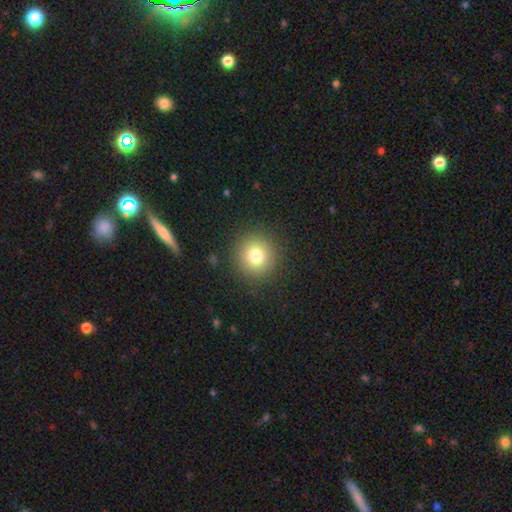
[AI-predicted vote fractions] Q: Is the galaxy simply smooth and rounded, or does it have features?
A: smooth — 79%.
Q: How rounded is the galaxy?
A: round — 93%.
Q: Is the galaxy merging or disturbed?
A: none — 89%.